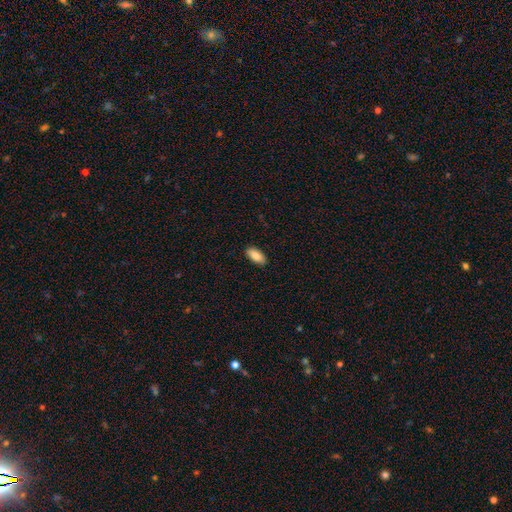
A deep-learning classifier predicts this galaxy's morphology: Overall: smooth (87%). How rounded: in between (88%). Merging: none (88%).